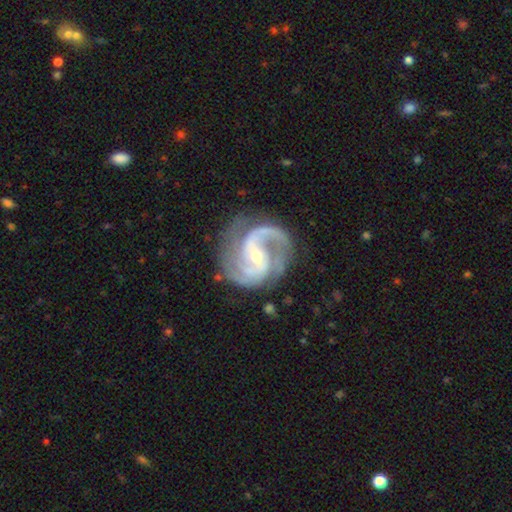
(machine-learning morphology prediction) Smooth or featured? Predicted: featured or disk (p=0.93). Edge-on disk? Predicted: no (p=0.98). Bar? Predicted: weak (p=0.43). Spiral arms? Predicted: yes (p=0.98). Spiral winding? Predicted: medium (p=0.58). Spiral arm count? Predicted: 2 (p=0.73). Bulge size? Predicted: small (p=0.53). Merging? Predicted: none (p=0.73).